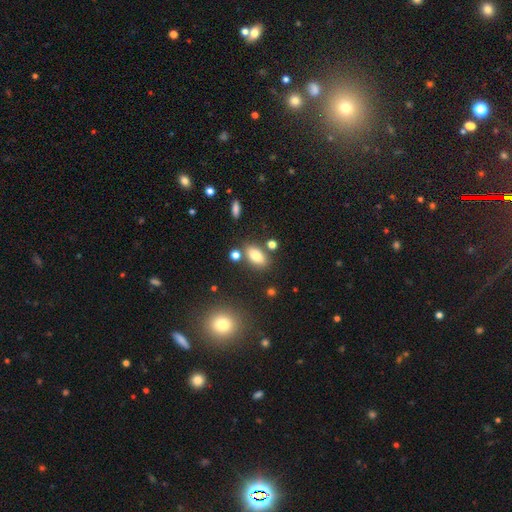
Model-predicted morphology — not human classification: A smooth galaxy with no disk features (79%) that is in between round and cigar-shaped (88%).

Vote fractions:
- Smooth or featured? smooth: 79% / featured or disk: 11% / star or artifact: 10%
- How rounded? in between: 88% / round: 7% / cigar-shaped: 6%
- Merging? none: 76% / minor disturbance: 11% / merger: 9% / major disturbance: 3%